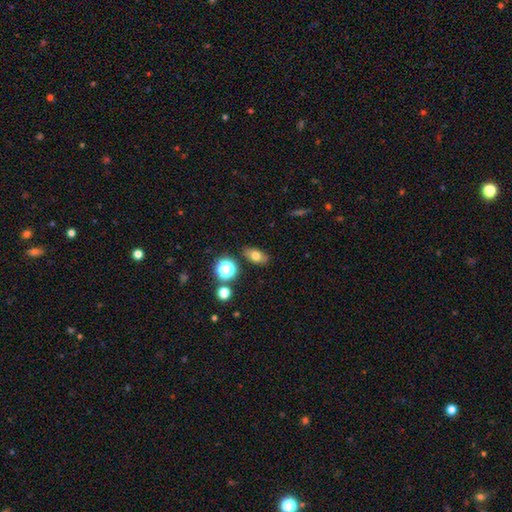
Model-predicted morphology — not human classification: Q: Smooth or featured?
A: smooth (71%); runner-up: featured or disk (16%)
Q: How rounded?
A: in between (84%); runner-up: round (13%)
Q: Merging?
A: none (84%); runner-up: minor disturbance (10%)